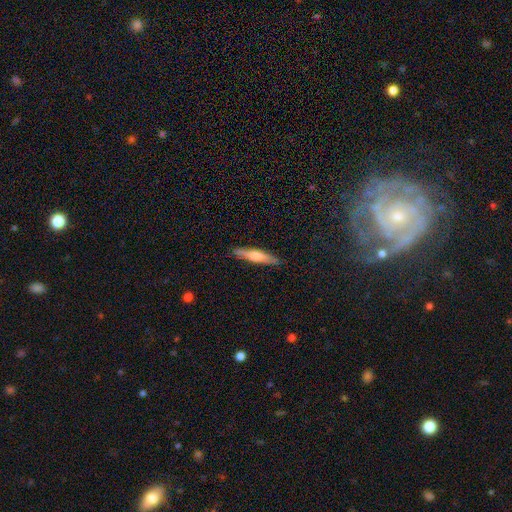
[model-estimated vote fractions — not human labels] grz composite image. It shows a smooth galaxy with no disk features (53%) that is cigar-shaped (86%). Merging: none (88%).